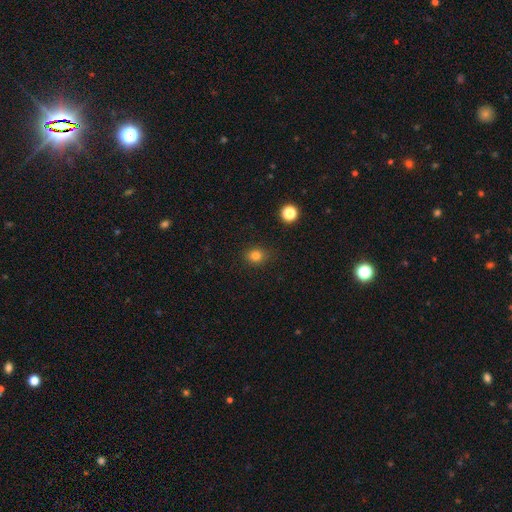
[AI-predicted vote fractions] Q: Smooth or featured?
A: smooth (81%); runner-up: star or artifact (14%)
Q: How rounded?
A: round (69%); runner-up: in between (30%)
Q: Merging?
A: none (86%); runner-up: minor disturbance (10%)